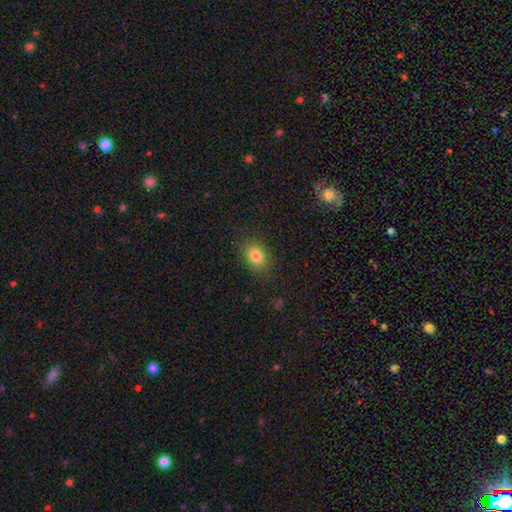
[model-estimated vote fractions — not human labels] This appears to be a smooth galaxy with no disk features (82%) that is in between round and cigar-shaped (66%). Merging: none (83%).